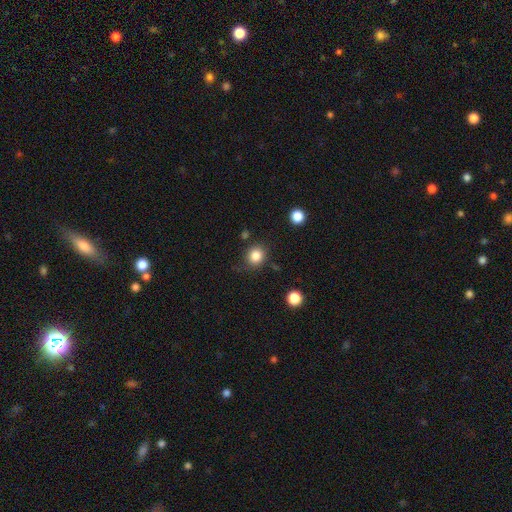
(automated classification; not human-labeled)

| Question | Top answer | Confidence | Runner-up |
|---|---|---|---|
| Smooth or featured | smooth | 84% | star or artifact (11%) |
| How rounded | round | 82% | in between (17%) |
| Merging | none | 79% | minor disturbance (14%) |